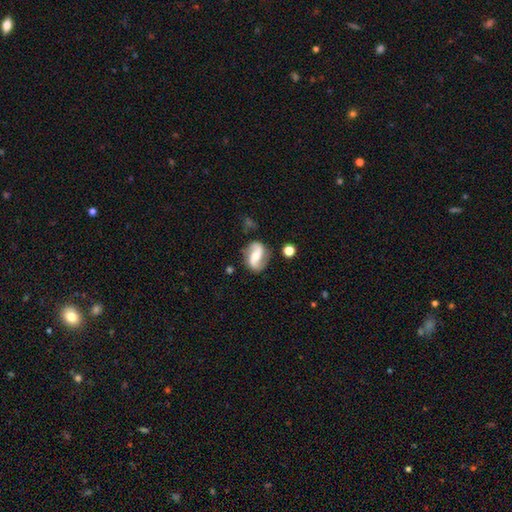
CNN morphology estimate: A featured or disk galaxy (77%) with no bar (35%, tied with weak), 2 (91%) loose (55%) spiral arms (94%) and a moderate central bulge (46%).

Vote fractions:
- Smooth or featured? featured or disk: 77% / smooth: 16% / star or artifact: 7%
- Edge-on disk? no: 97% / yes: 3%
- Bar? no: 35% (tied) / weak: 35% (tied) / strong: 29%
- Spiral arms? yes: 94% / no: 6%
- Spiral winding? loose: 55% / medium: 34% / tight: 12%
- Spiral arm count? 2: 91% / can't tell: 3% / 1: 3% / 3: 1% / 4: 1% / more than 4: 1%
- Bulge size? moderate: 46% / small: 34% / large: 10% / none: 8% / dominant: 2%
- Merging? none: 75% / minor disturbance: 16% / major disturbance: 6% / merger: 4%